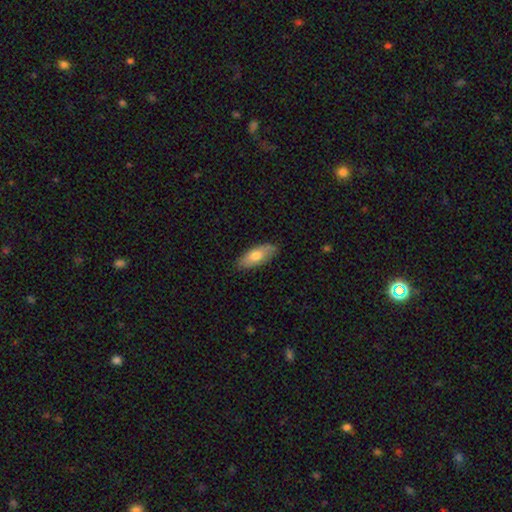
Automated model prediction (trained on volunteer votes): Smooth or featured?
  - smooth: 72% *
  - featured or disk: 22%
  - star or artifact: 6%
How rounded?
  - in between: 79% *
  - cigar-shaped: 18%
  - round: 2%
Merging?
  - none: 84% *
  - minor disturbance: 13%
  - major disturbance: 2%
  - merger: 1%